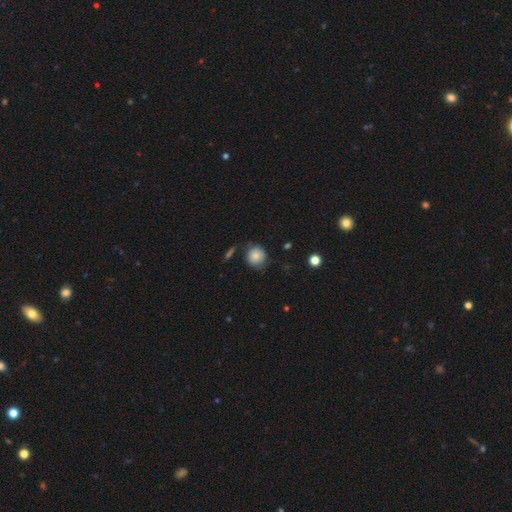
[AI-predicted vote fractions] smooth-or-featured: smooth: 83% | star or artifact: 8% | featured or disk: 8%
  how-rounded: round: 90% | in between: 9% | cigar-shaped: 1%
  merging: none: 74% | minor disturbance: 18% | major disturbance: 4% | merger: 3%